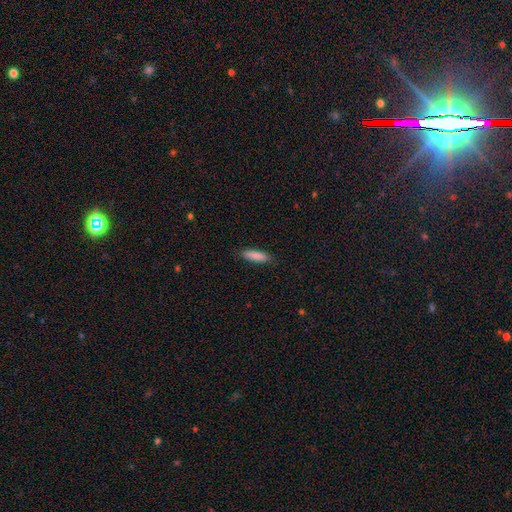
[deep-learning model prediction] This appears to be a smooth galaxy with no disk features (87%) that is cigar-shaped (64%). Merging: none (86%).